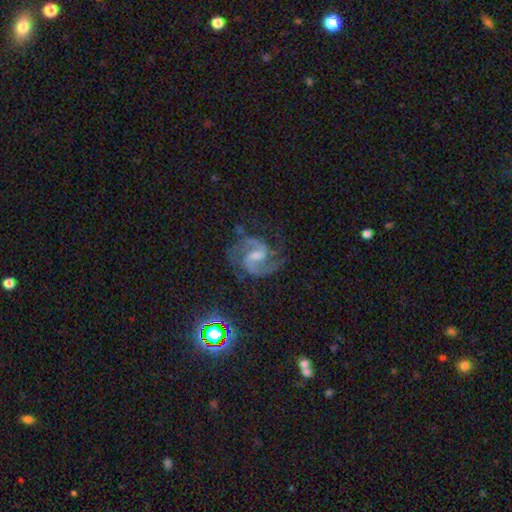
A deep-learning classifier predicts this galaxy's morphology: Smooth or featured? Predicted: featured or disk (p=0.89). Edge-on disk? Predicted: no (p=0.98). Bar? Predicted: weak (p=0.60). Spiral arms? Predicted: yes (p=0.98). Spiral winding? Predicted: medium (p=0.63). Spiral arm count? Predicted: 2 (p=0.88). Bulge size? Predicted: small (p=0.41). Merging? Predicted: none (p=0.71).